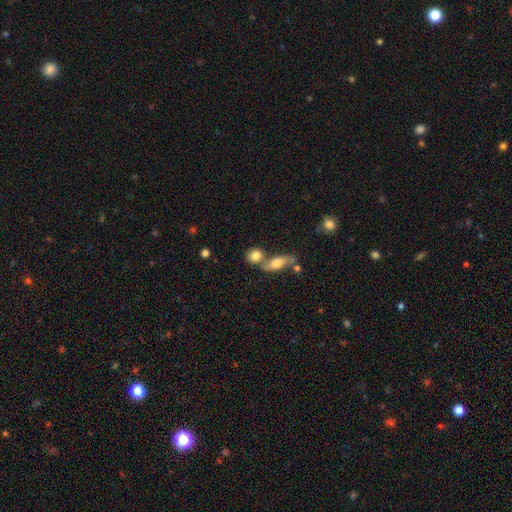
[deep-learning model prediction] Smooth or featured? smooth (80%)
How rounded? round (53%)
Merging? none (47%)